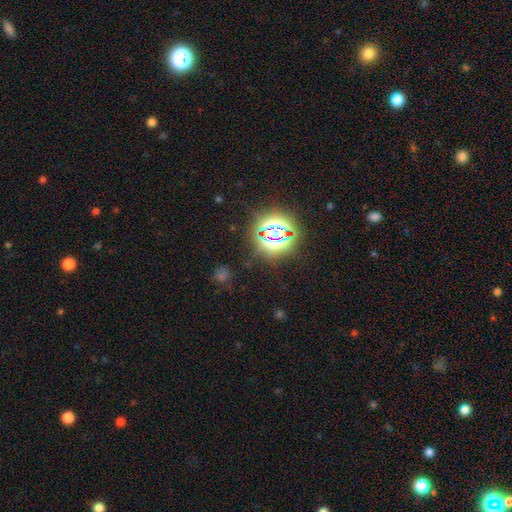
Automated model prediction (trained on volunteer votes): smooth_or_featured: star or artifact (p=0.78) [alt: smooth p=0.14]